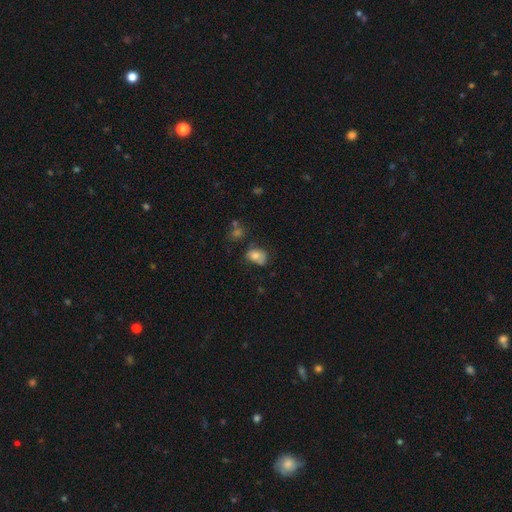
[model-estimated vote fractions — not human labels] Smooth or featured: smooth — 73% (featured or disk — 16%)
How rounded: in between — 74% (round — 25%)
Merging: none — 43% (minor disturbance — 33%)